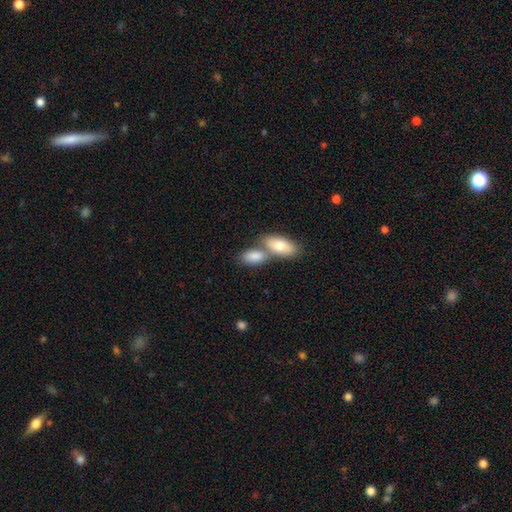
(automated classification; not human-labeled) smooth 78%, featured or disk 14%, star or artifact 8%. Down the decision tree: how rounded — in between (87%); merging — merger (53%).